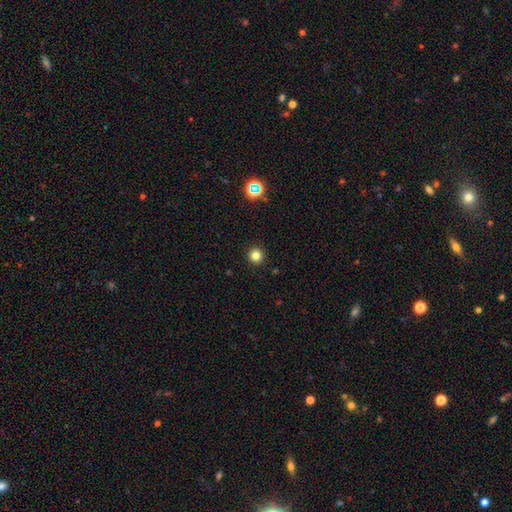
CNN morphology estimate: This appears to be a smooth galaxy with no disk features (80%) that is round (96%). Merging: none (93%).